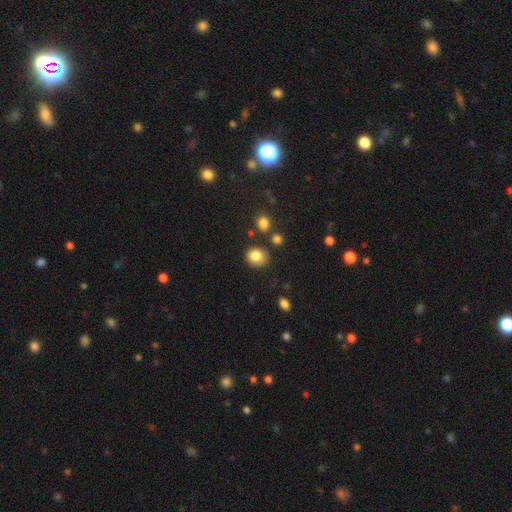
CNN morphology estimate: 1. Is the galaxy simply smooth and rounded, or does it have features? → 84% smooth, 10% star or artifact, 6% featured or disk.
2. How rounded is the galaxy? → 74% round, 25% in between, 1% cigar-shaped.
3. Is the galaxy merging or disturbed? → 76% none, 15% minor disturbance, 6% merger, 4% major disturbance.